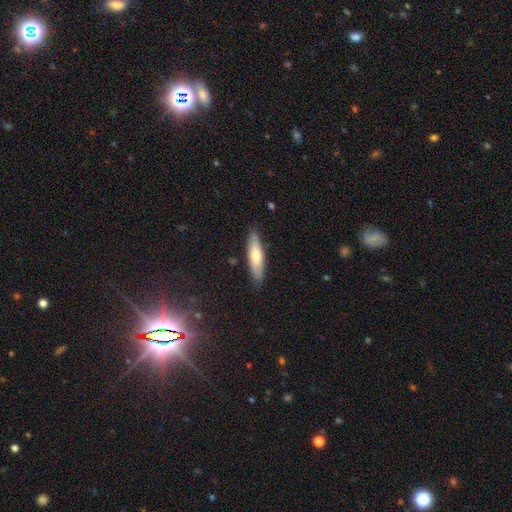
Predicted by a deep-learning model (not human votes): smooth-or-featured: smooth: 64% | featured or disk: 31% | star or artifact: 6%
  how-rounded: cigar-shaped: 65% | in between: 33% | round: 2%
  merging: none: 86% | minor disturbance: 11% | major disturbance: 2% | merger: 1%